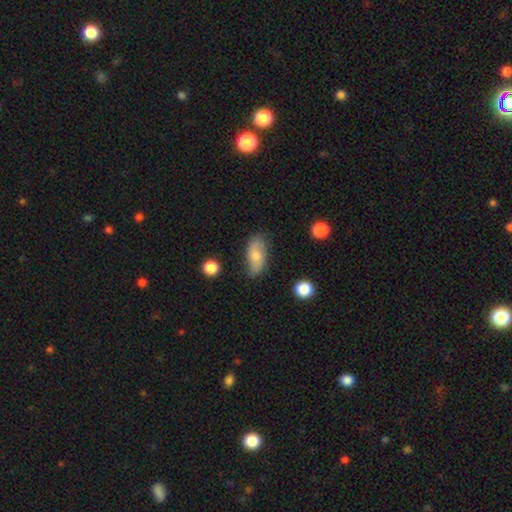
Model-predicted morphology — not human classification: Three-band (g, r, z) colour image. It shows a smooth galaxy with no disk features (56%) that is in between round and cigar-shaped (87%). Merging: none (75%).